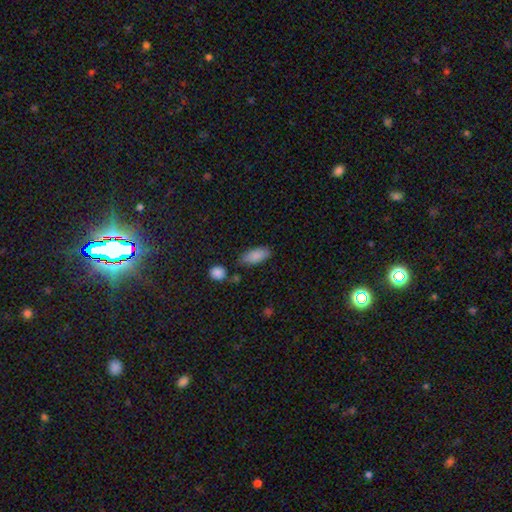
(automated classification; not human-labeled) A smooth galaxy with no disk features (87%) that is in between round and cigar-shaped (85%). Merging: none (76%).